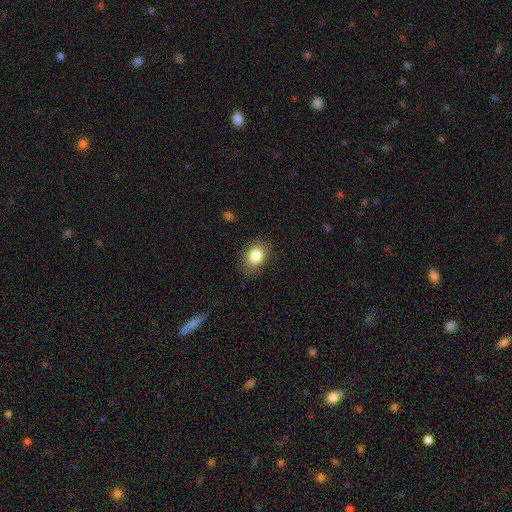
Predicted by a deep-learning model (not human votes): Smooth or featured? smooth (83%)
How rounded? in between (68%)
Merging? none (79%)